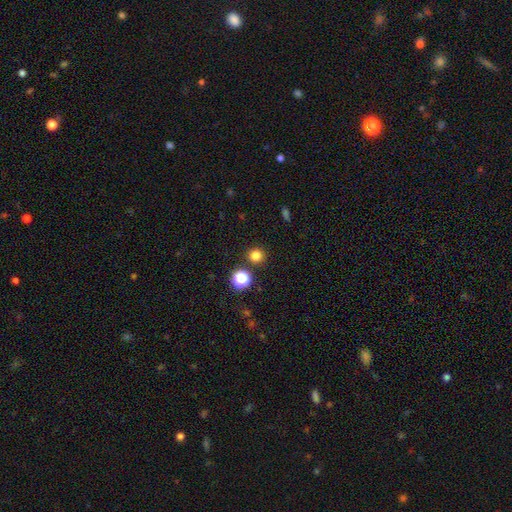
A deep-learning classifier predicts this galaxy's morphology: Smooth or featured? Predicted: smooth (p=0.80). How rounded? Predicted: round (p=0.93). Merging? Predicted: none (p=0.89).